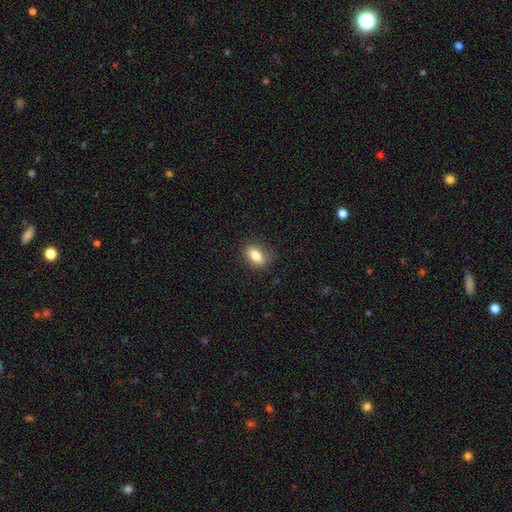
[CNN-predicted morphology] The model was most divided on "smooth or featured": smooth: 80%, featured or disk: 12%, star or artifact: 8%. More confident: merging — none (83%); how rounded — in between (80%).